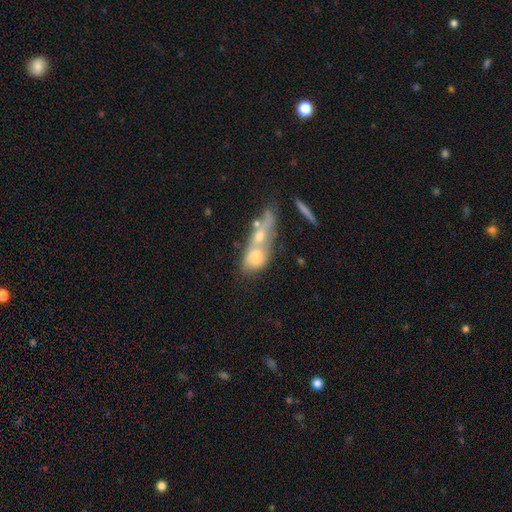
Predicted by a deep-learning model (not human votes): Morphology: type=smooth (54%); roundness=in between (57%); merging=merger (68%).